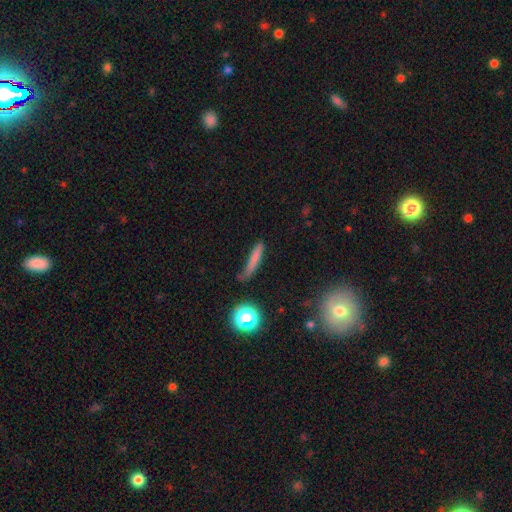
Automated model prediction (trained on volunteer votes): The model was most divided on "smooth or featured": smooth: 68%, featured or disk: 19%, star or artifact: 13%. More confident: how rounded — cigar-shaped (88%); merging — none (72%).